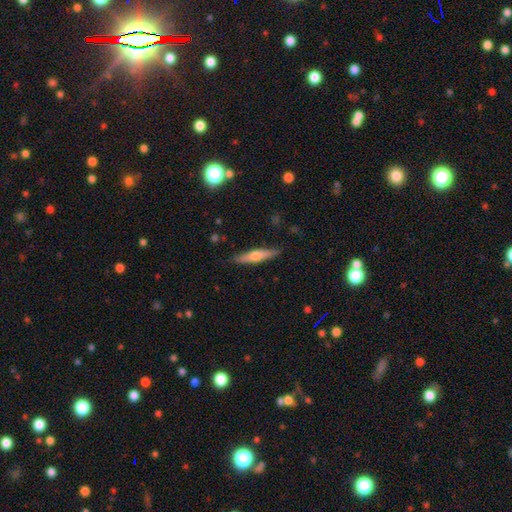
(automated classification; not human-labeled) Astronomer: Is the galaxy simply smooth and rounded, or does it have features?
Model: smooth — 51% (runner-up: featured or disk, 43%).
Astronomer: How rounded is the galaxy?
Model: cigar-shaped — 81%.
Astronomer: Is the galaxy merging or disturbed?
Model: none — 87%.